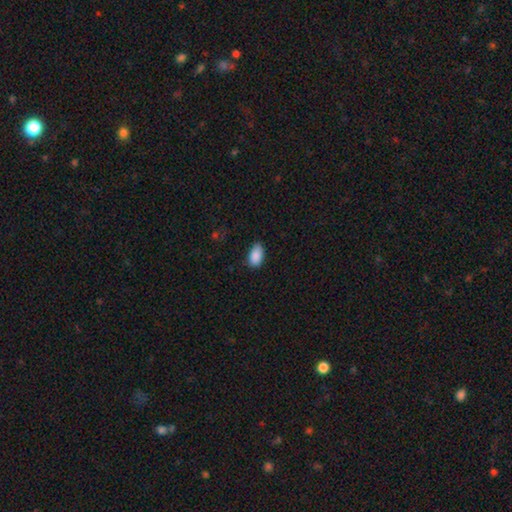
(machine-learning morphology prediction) Smooth or featured?
  - smooth: 89% *
  - star or artifact: 7%
  - featured or disk: 3%
How rounded?
  - in between: 93% *
  - round: 5%
  - cigar-shaped: 2%
Merging?
  - none: 74% *
  - minor disturbance: 21%
  - major disturbance: 3%
  - merger: 1%